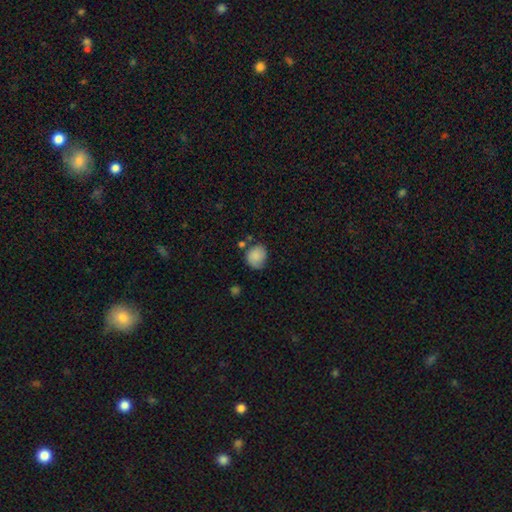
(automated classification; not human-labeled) Smooth or featured?
  - smooth: 84% *
  - featured or disk: 8%
  - star or artifact: 8%
How rounded?
  - round: 68% *
  - in between: 31%
  - cigar-shaped: 1%
Merging?
  - none: 63% *
  - minor disturbance: 24%
  - merger: 7%
  - major disturbance: 6%